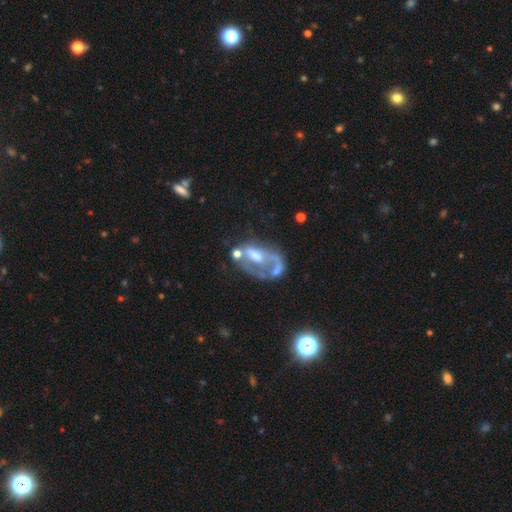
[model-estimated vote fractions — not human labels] Q: Smooth or featured?
A: featured or disk (70%); runner-up: smooth (19%)
Q: Edge-on disk?
A: no (95%); runner-up: yes (5%)
Q: Bar?
A: no (60%); runner-up: weak (29%)
Q: Spiral arms?
A: yes (50%); tied with: no (50%)
Q: Bulge size?
A: moderate (49%); runner-up: small (26%)
Q: Merging?
A: major disturbance (34%); runner-up: none (31%)